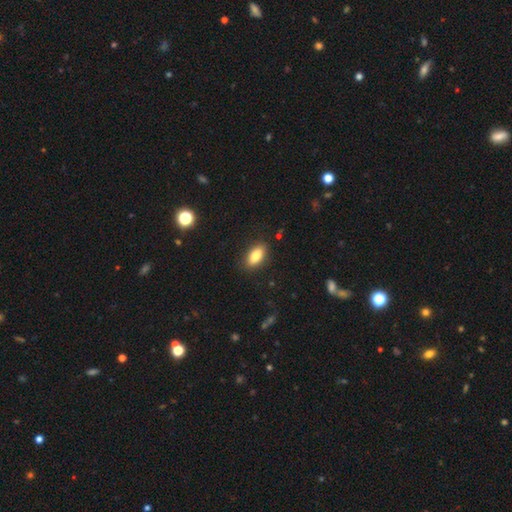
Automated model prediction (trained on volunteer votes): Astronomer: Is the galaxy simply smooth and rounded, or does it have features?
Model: smooth — 84%.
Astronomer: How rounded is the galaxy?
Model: in between — 87%.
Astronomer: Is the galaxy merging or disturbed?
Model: none — 87%.